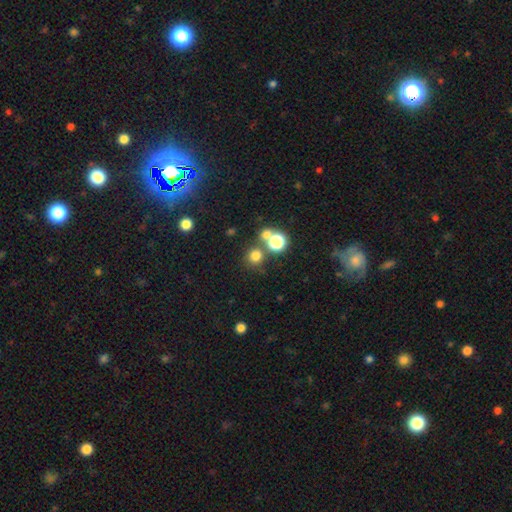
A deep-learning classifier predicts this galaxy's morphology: The model was most divided on "merging": none: 70%, merger: 19%, minor disturbance: 7%, major disturbance: 4%. More confident: how rounded — round (91%); smooth or featured — smooth (73%).